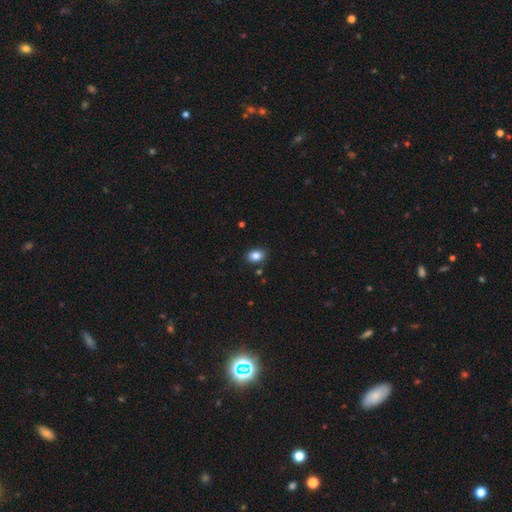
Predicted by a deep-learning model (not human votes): Smooth or featured? smooth (86%)
How rounded? in between (69%)
Merging? none (87%)